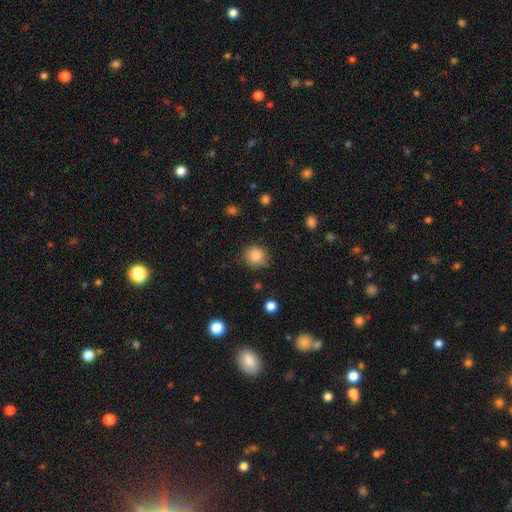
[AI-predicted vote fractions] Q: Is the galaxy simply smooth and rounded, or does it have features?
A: smooth — 85%.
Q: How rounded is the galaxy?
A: round — 85%.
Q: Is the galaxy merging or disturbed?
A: none — 81%.